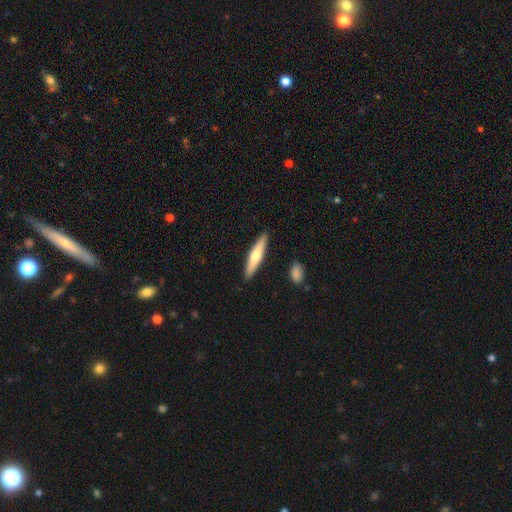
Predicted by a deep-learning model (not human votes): This appears to be a smooth galaxy with no disk features (55%) that is cigar-shaped (86%). Merging: none (90%).